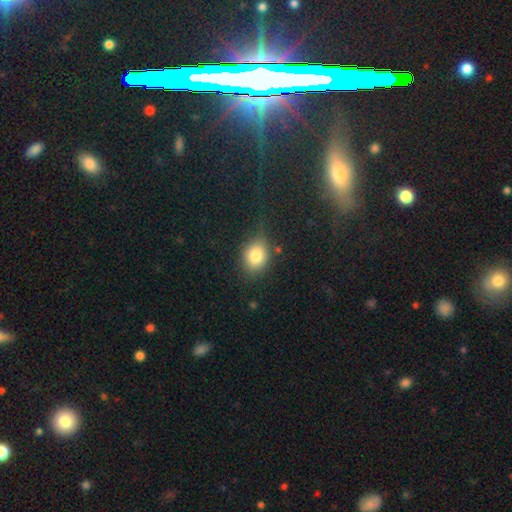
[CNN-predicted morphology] Smooth or featured? Predicted: smooth (p=0.81). How rounded? Predicted: in between (p=0.54). Merging? Predicted: none (p=0.70).